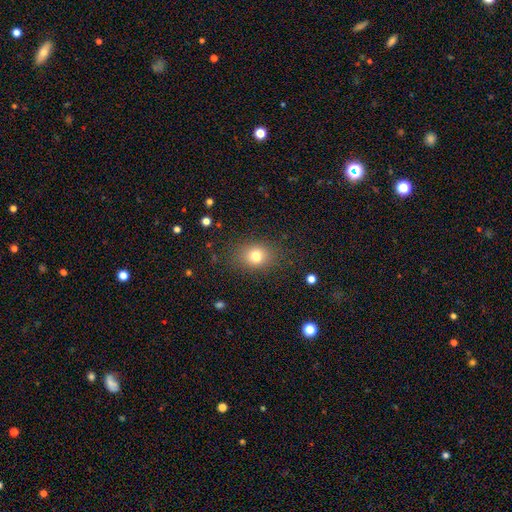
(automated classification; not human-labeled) This is likely a smooth galaxy (76%). How rounded: possibly round (50%). Merging: clearly none (81%).